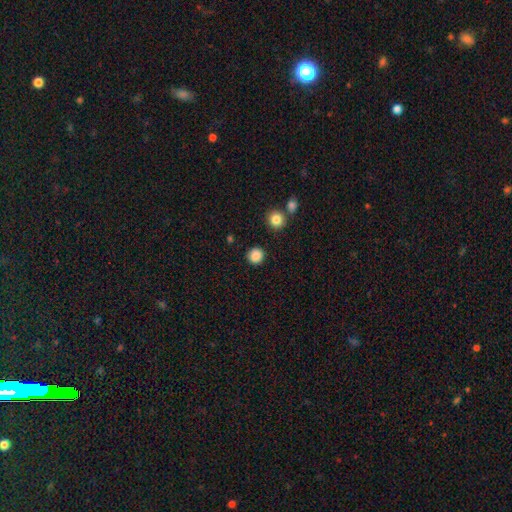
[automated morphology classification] smooth-or-featured: smooth: 87% | star or artifact: 10% | featured or disk: 3%
  how-rounded: round: 92% | in between: 7% | cigar-shaped: 1%
  merging: none: 89% | minor disturbance: 7% | major disturbance: 2% | merger: 2%